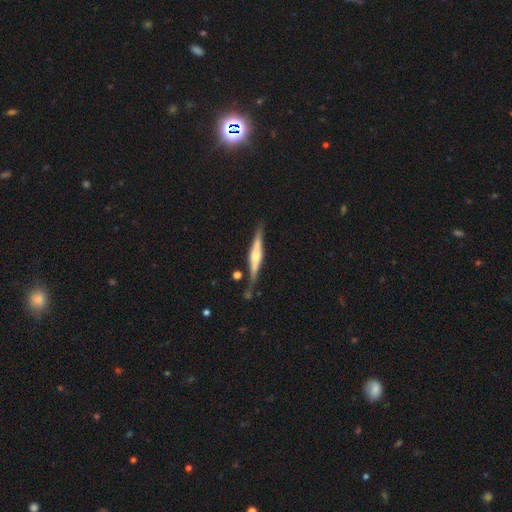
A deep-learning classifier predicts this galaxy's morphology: Smooth or featured? Predicted: featured or disk (p=0.71). Edge-on disk? Predicted: yes (p=0.97). Edge-on bulge? Predicted: rounded (p=0.76). Merging? Predicted: none (p=0.79).